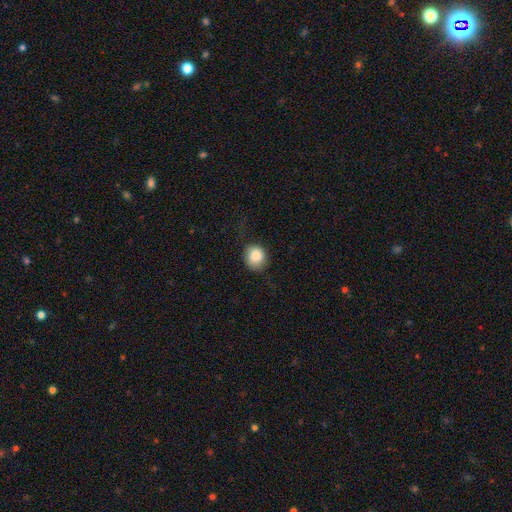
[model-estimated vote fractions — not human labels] Smooth or featured? smooth (85%)
How rounded? round (82%)
Merging? none (70%)